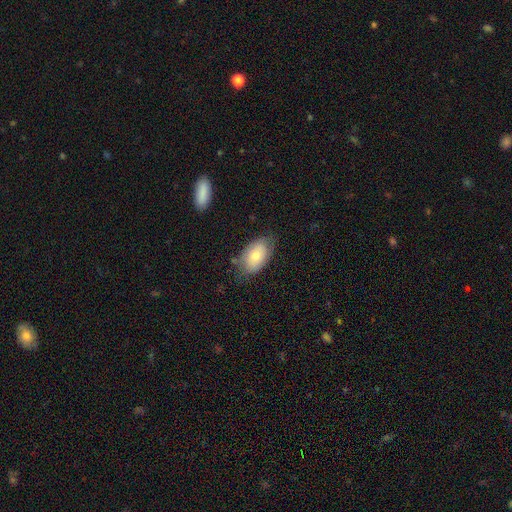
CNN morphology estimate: A smooth galaxy with no disk features (75%) that is in between round and cigar-shaped (93%).

Vote fractions:
- Smooth or featured? smooth: 75% / featured or disk: 18% / star or artifact: 7%
- How rounded? in between: 93% / round: 6% / cigar-shaped: 1%
- Merging? none: 66% / minor disturbance: 26% / major disturbance: 6% / merger: 2%